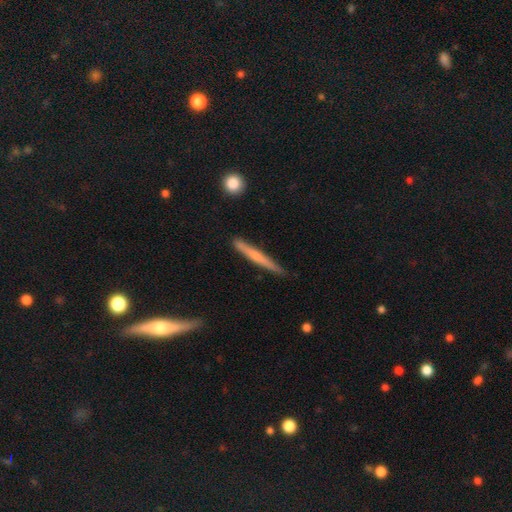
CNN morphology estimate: Smooth or featured: featured or disk — 50% (smooth — 45%)
Merging: none — 86% (minor disturbance — 11%)